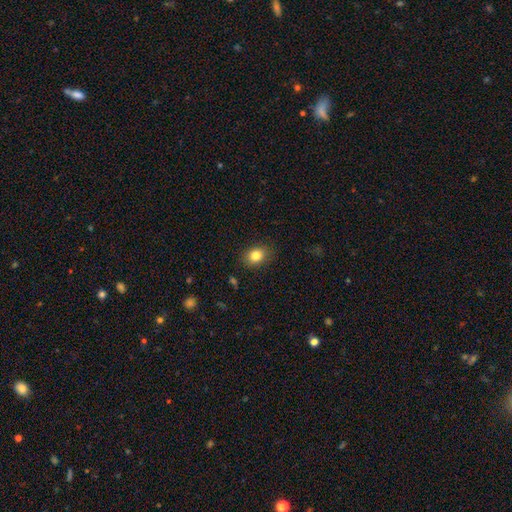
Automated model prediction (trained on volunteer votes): Smooth or featured?
  - smooth: 83% *
  - star or artifact: 10%
  - featured or disk: 7%
How rounded?
  - in between: 54% *
  - round: 45%
  - cigar-shaped: 1%
Merging?
  - none: 86% *
  - minor disturbance: 11%
  - major disturbance: 3%
  - merger: 1%